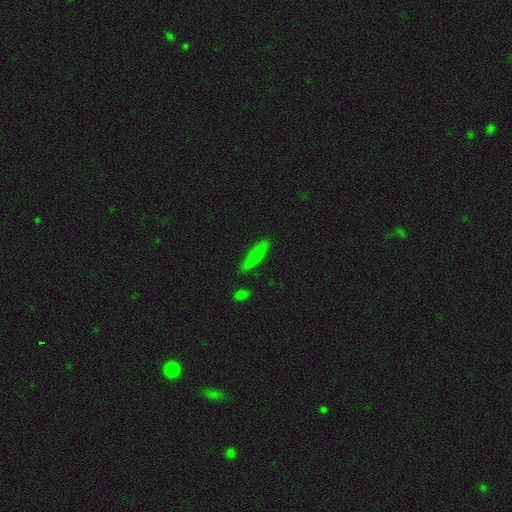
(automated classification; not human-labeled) The model was most divided on "smooth or featured": smooth: 77%, featured or disk: 15%, star or artifact: 8%. More confident: how rounded — cigar-shaped (84%); merging — none (84%).